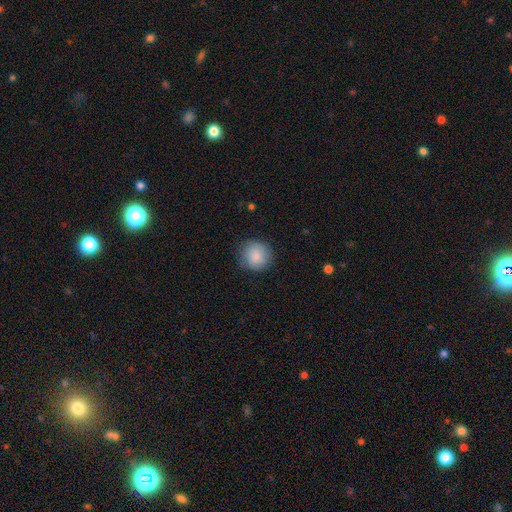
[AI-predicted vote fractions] A smooth galaxy with no disk features (87%) that is round (92%). Merging: none (82%).